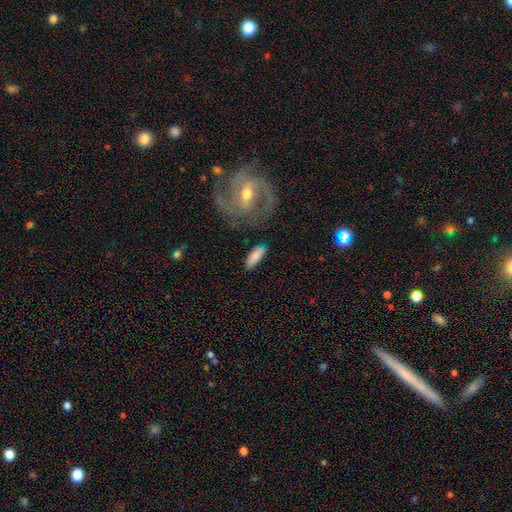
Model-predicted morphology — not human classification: Smooth or featured? Predicted: smooth (p=0.77). How rounded? Predicted: in between (p=0.65). Merging? Predicted: none (p=0.74).